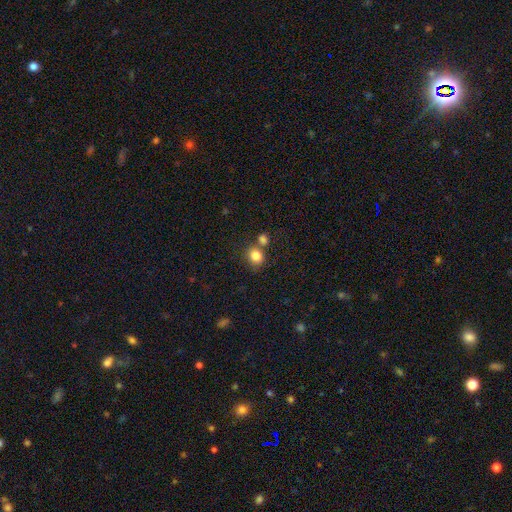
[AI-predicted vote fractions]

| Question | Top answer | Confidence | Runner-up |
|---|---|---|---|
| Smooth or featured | smooth | 83% | star or artifact (10%) |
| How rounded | round | 78% | in between (21%) |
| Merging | none | 63% | merger (23%) |